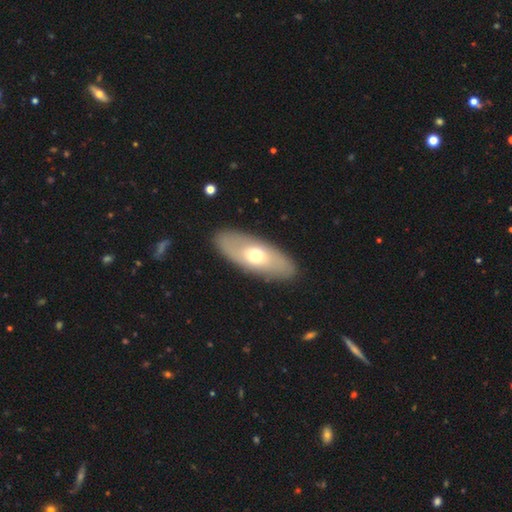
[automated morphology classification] A smooth galaxy with no disk features (56%) that is in between round and cigar-shaped (81%). Merging: none (87%).